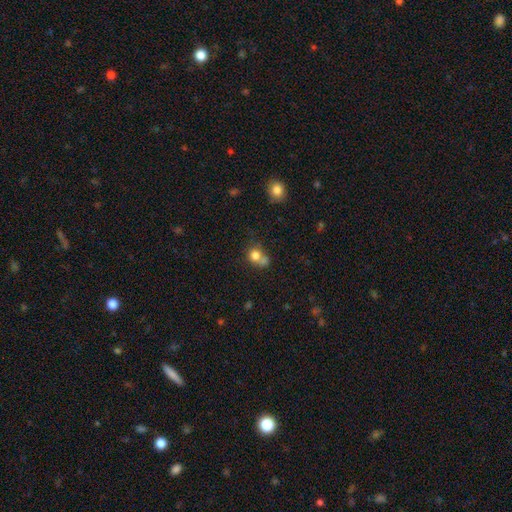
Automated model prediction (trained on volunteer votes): smooth 78%, star or artifact 11%, featured or disk 11%. Down the decision tree: how rounded — round (73%); merging — merger (38%, tied with none).